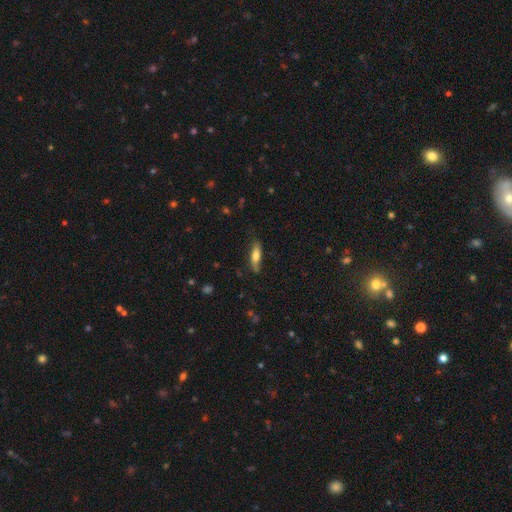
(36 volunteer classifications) A smooth galaxy with no disk features (64%) that is cigar-shaped (65%). Merging: none (69%).